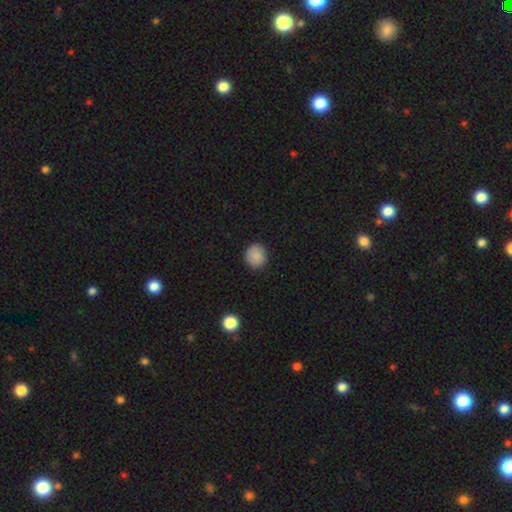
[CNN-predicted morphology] smooth-or-featured: smooth: 85% | star or artifact: 8% | featured or disk: 6%
  how-rounded: round: 85% | in between: 14% | cigar-shaped: 1%
  merging: none: 89% | minor disturbance: 8% | major disturbance: 2% | merger: 1%